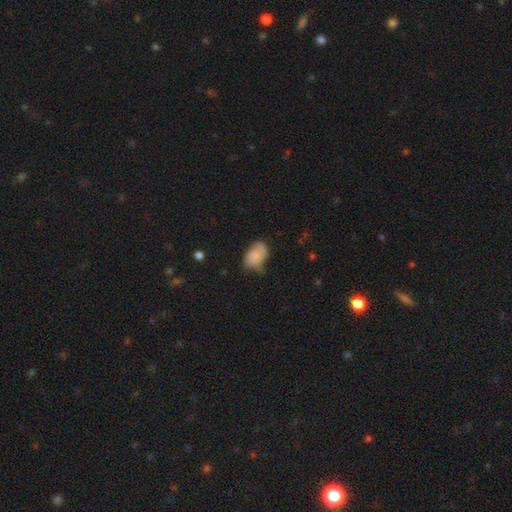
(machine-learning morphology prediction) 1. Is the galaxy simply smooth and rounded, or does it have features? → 65% smooth, 26% featured or disk, 9% star or artifact.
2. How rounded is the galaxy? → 86% in between, 13% round, 1% cigar-shaped.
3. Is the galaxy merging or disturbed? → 44% none, 37% minor disturbance, 15% major disturbance, 4% merger.